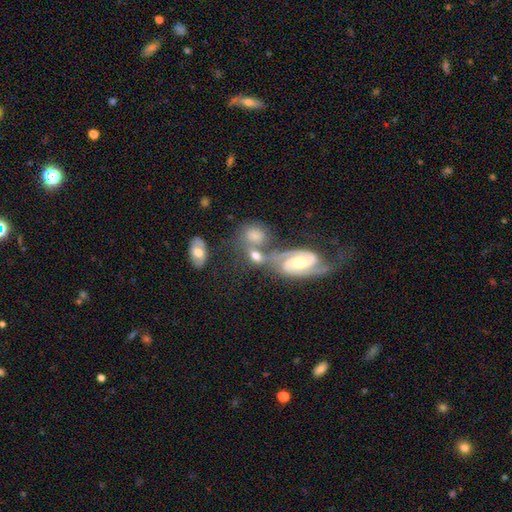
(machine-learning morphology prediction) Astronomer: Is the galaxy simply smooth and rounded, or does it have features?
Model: smooth — 48% (runner-up: featured or disk, 42%).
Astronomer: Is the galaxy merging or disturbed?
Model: merger — 46% (runner-up: none, 34%).